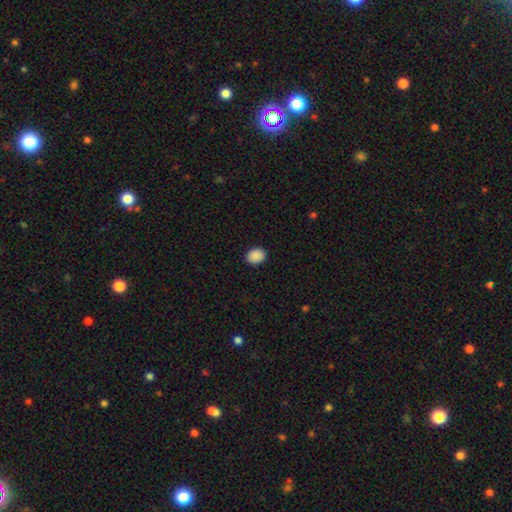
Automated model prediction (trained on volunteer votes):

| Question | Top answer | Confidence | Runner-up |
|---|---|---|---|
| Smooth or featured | smooth | 90% | star or artifact (8%) |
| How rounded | in between | 51% | round (48%) |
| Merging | none | 90% | minor disturbance (7%) |